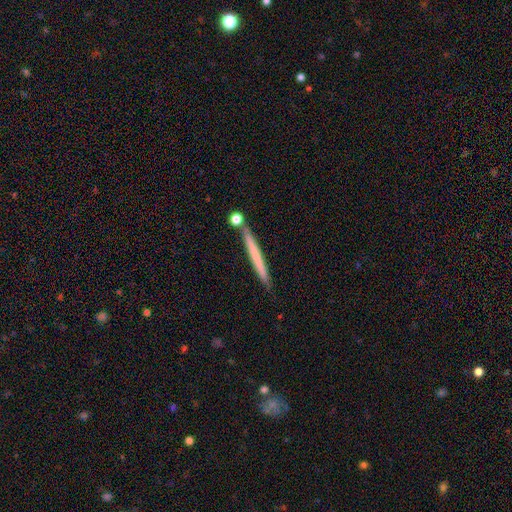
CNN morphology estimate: Smooth or featured: smooth — 58% (featured or disk — 36%)
How rounded: cigar-shaped — 97% (in between — 2%)
Merging: none — 82% (minor disturbance — 9%)